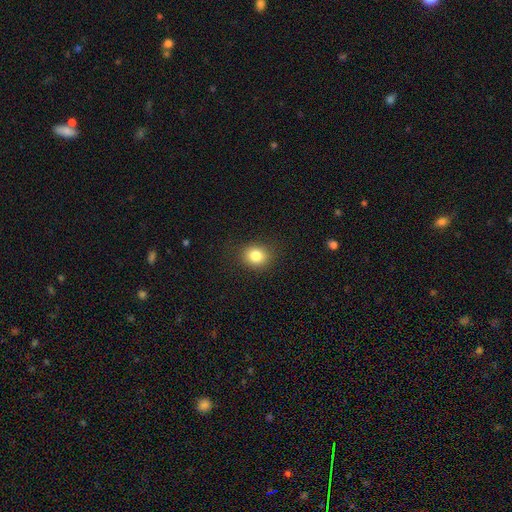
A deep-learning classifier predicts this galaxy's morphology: Smooth or featured? Predicted: smooth (p=0.83). How rounded? Predicted: round (p=0.73). Merging? Predicted: none (p=0.87).